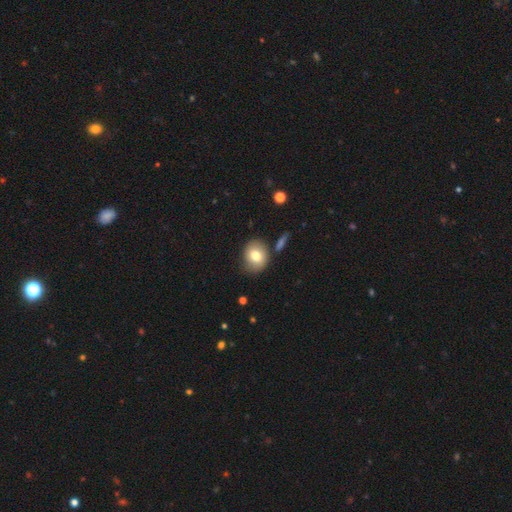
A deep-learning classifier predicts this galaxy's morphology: A smooth galaxy with no disk features (77%) that is round (63%). Merging: none (75%).